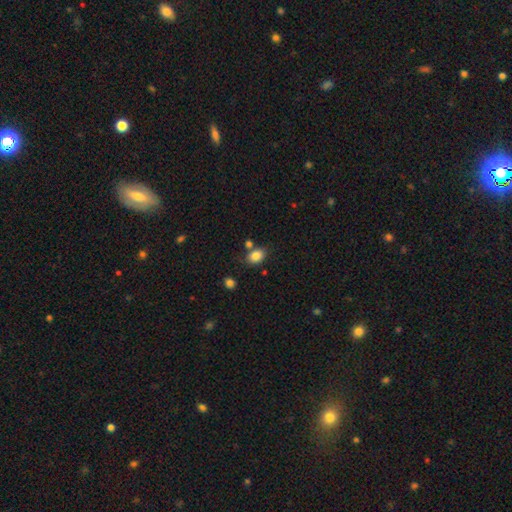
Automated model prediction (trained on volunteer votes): This appears to be a smooth galaxy with no disk features (85%) that is in between round and cigar-shaped (71%). Merging: none (68%).